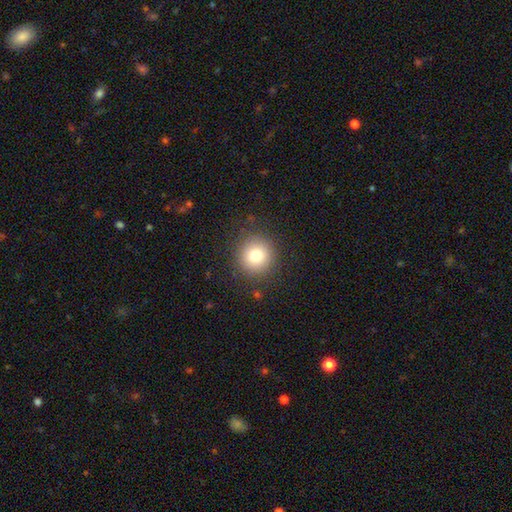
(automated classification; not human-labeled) smooth-or-featured: smooth: 78% | star or artifact: 12% | featured or disk: 10%
  how-rounded: round: 94% | in between: 5% | cigar-shaped: 1%
  merging: none: 89% | minor disturbance: 7% | major disturbance: 3% | merger: 1%